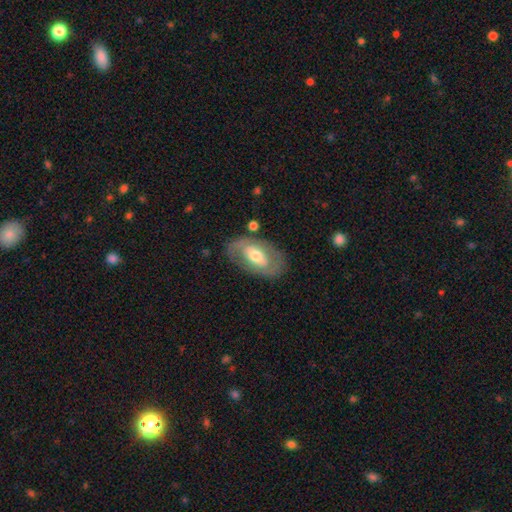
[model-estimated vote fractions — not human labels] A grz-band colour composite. It shows a featured or disk galaxy (53%). Merging: none (75%).